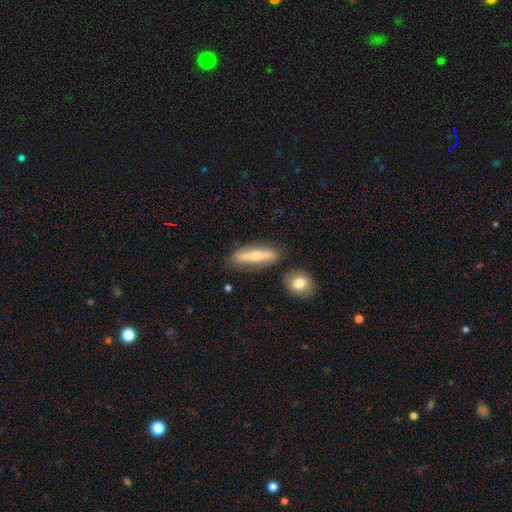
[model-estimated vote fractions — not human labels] Overall: featured or disk (49%; smooth 45%). Merging: none (80%).